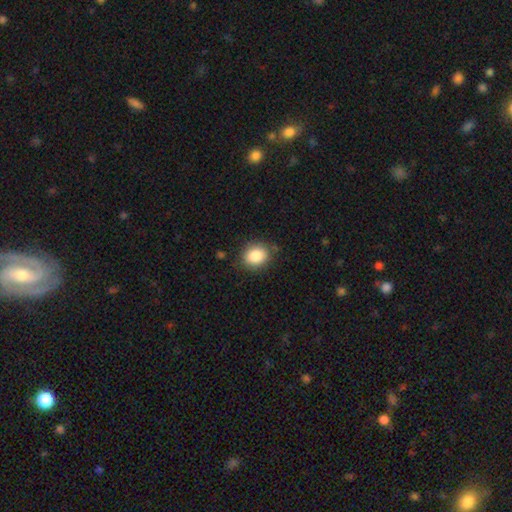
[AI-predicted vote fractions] This appears to be a smooth galaxy with no disk features (85%) that is round (65%). Merging: none (83%).